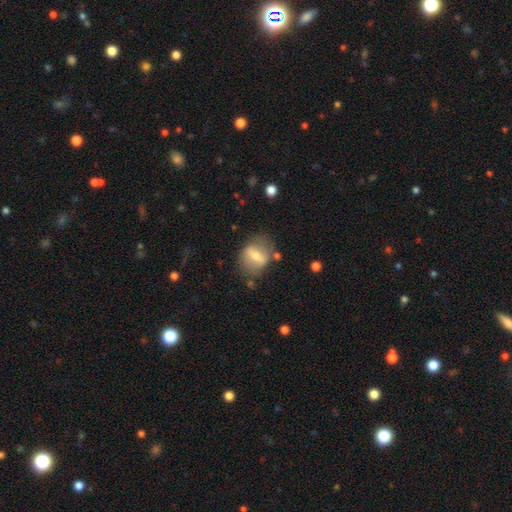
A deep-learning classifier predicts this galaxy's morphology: Overall: featured or disk (49%; smooth 42%). Merging: none (71%).